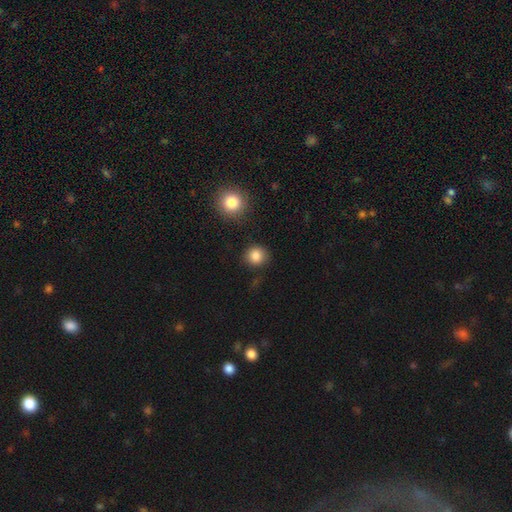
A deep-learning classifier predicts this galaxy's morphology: Q: Smooth or featured?
A: smooth (85%); runner-up: star or artifact (11%)
Q: How rounded?
A: round (88%); runner-up: in between (11%)
Q: Merging?
A: none (87%); runner-up: minor disturbance (8%)